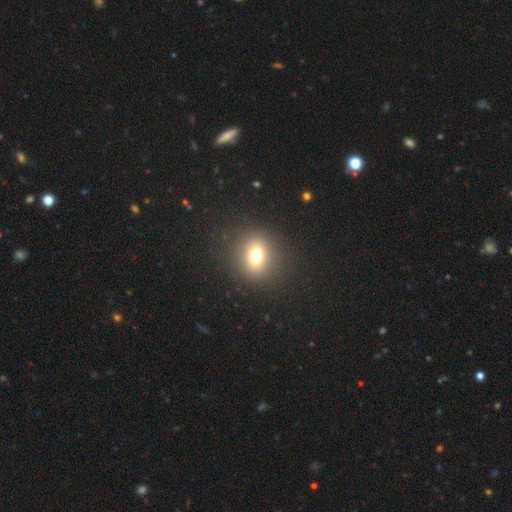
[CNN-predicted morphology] This appears to be a smooth galaxy with no disk features (73%) that is round (70%). Merging: none (88%).